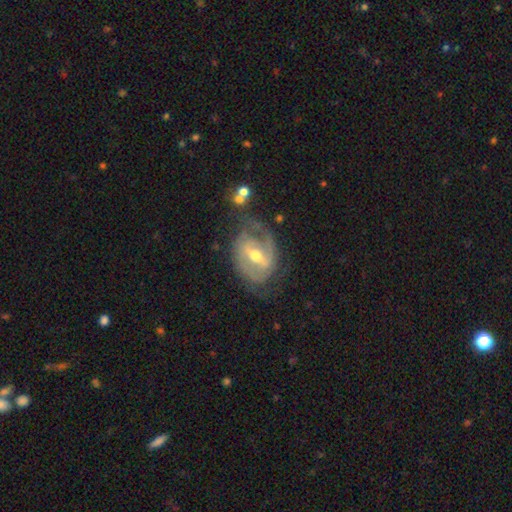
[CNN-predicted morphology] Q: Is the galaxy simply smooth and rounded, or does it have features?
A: featured or disk — 87%.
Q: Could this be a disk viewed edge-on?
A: no — 97%.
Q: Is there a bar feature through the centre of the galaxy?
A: strong — 45%.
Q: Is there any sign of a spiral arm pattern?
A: yes — 92%.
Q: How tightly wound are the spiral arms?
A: medium — 46%.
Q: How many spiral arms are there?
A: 2 — 74%.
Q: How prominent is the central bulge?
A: moderate — 69%.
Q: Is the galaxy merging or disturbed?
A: none — 63%.